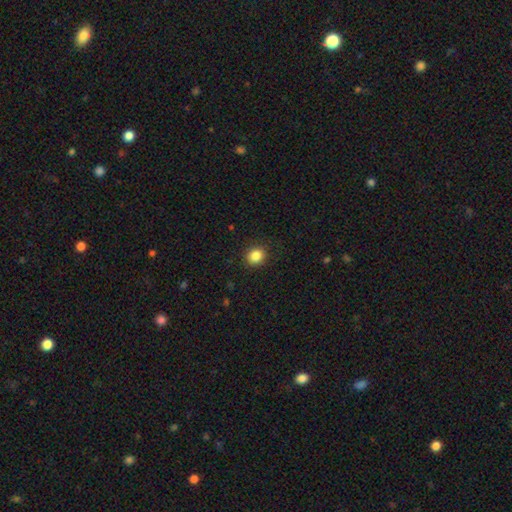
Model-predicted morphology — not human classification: This is clearly a smooth galaxy (86%). How rounded: likely round (78%). Merging: clearly none (89%).